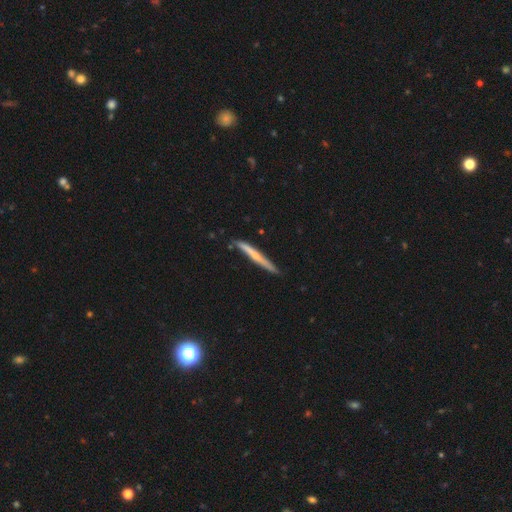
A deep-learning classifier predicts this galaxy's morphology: Smooth or featured?
  - featured or disk: 51% *
  - smooth: 43%
  - star or artifact: 6%
Edge-on disk?
  - yes: 95% *
  - no: 5%
Merging?
  - none: 83% *
  - minor disturbance: 13%
  - major disturbance: 2%
  - merger: 2%